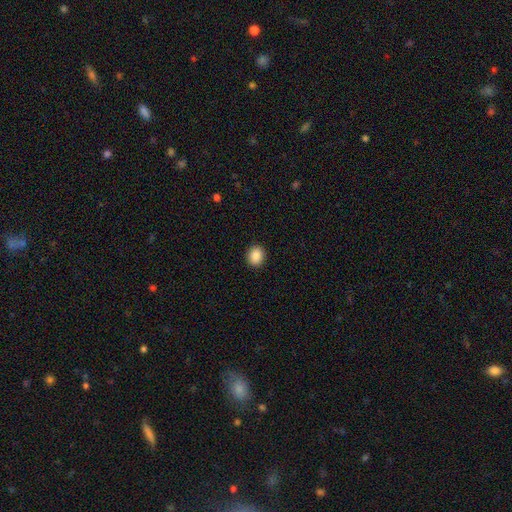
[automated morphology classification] Q: Smooth or featured?
A: smooth (88%); runner-up: star or artifact (9%)
Q: How rounded?
A: round (67%); runner-up: in between (32%)
Q: Merging?
A: none (92%); runner-up: minor disturbance (5%)